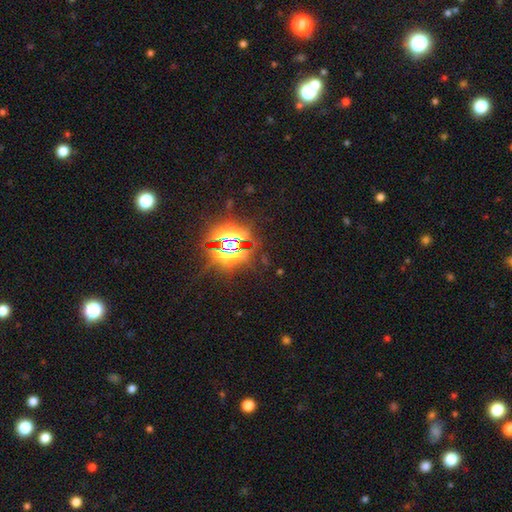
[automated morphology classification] Smooth or featured? star or artifact (86%)